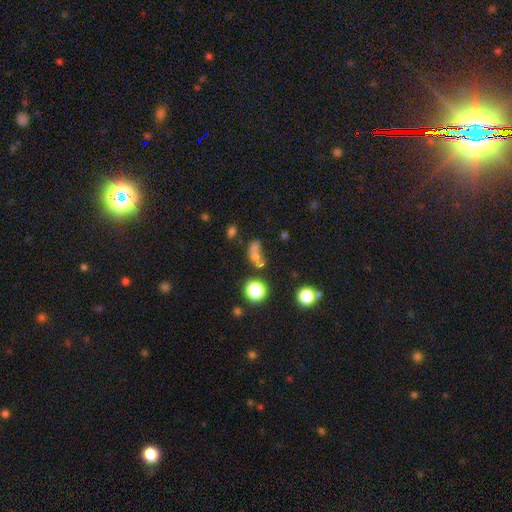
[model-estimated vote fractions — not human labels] Q: Smooth or featured?
A: smooth (60%); runner-up: star or artifact (22%)
Q: How rounded?
A: in between (56%); runner-up: round (37%)
Q: Merging?
A: merger (41%); runner-up: none (31%)